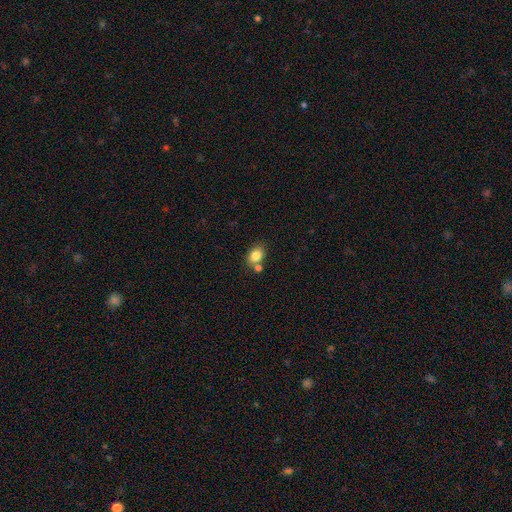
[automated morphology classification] smooth-or-featured: smooth: 82% | star or artifact: 10% | featured or disk: 8%
  how-rounded: in between: 60% | round: 38% | cigar-shaped: 1%
  merging: none: 61% | merger: 23% | minor disturbance: 12% | major disturbance: 3%